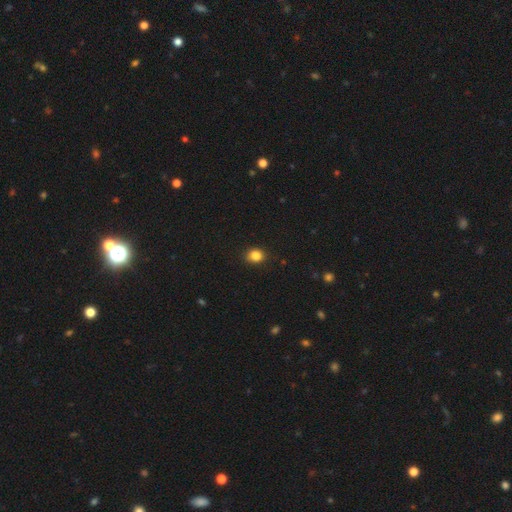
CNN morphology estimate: smooth 85%, star or artifact 11%, featured or disk 4%. Down the decision tree: how rounded — round (65%); merging — none (89%).